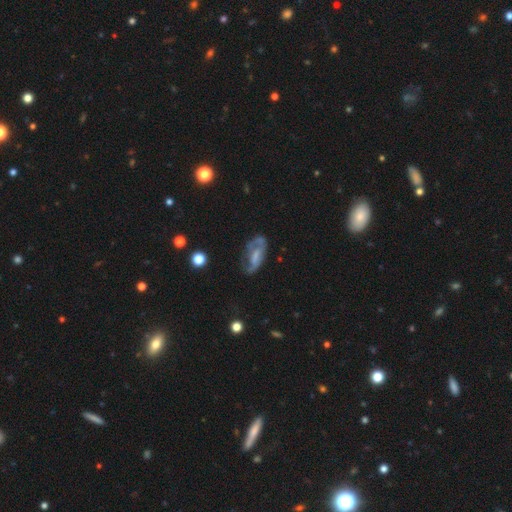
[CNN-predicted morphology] This is likely a featured or disk galaxy (61%). It is clearly not viewed edge-on (90%). Bar: possibly no (48%). Spiral arm pattern: likely yes (63%). Central bulge: marginally none (37%). Merging: possibly none (47%).